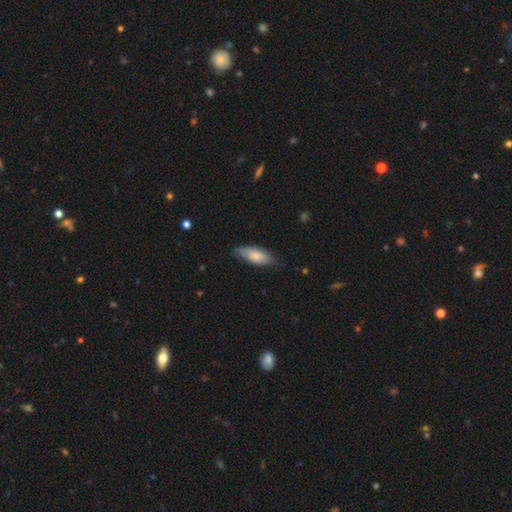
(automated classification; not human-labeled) smooth-or-featured: smooth: 73% | featured or disk: 21% | star or artifact: 6%
  how-rounded: in between: 76% | cigar-shaped: 22% | round: 2%
  merging: none: 73% | minor disturbance: 22% | major disturbance: 4% | merger: 1%